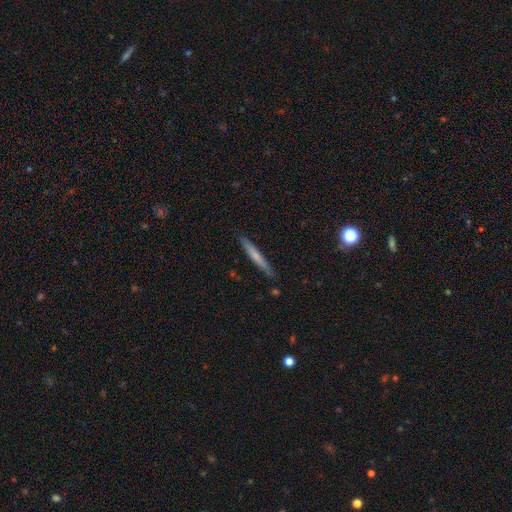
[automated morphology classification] type=smooth (58%); roundness=cigar-shaped (96%); merging=none (88%).